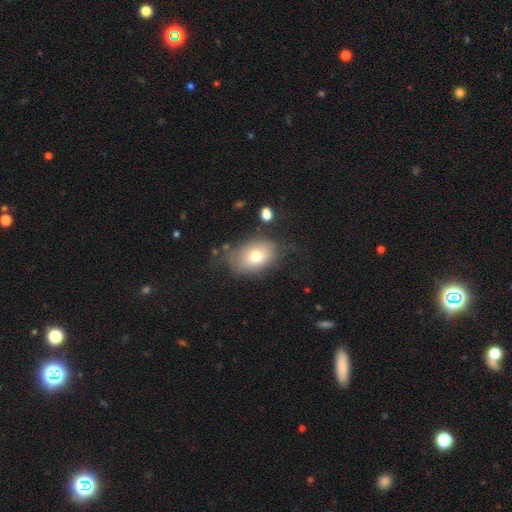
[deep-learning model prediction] The model was most divided on "merging": none: 62%, minor disturbance: 23%, major disturbance: 11%, merger: 4%. More confident: how rounded — in between (77%); smooth or featured — smooth (72%).